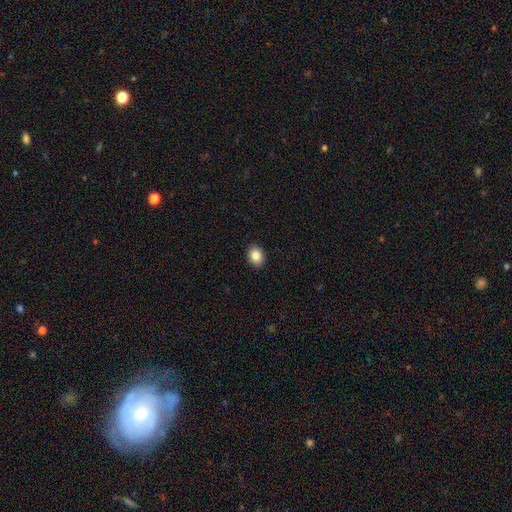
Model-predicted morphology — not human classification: This appears to be a smooth galaxy with no disk features (86%) that is in between round and cigar-shaped (61%). Merging: none (91%).